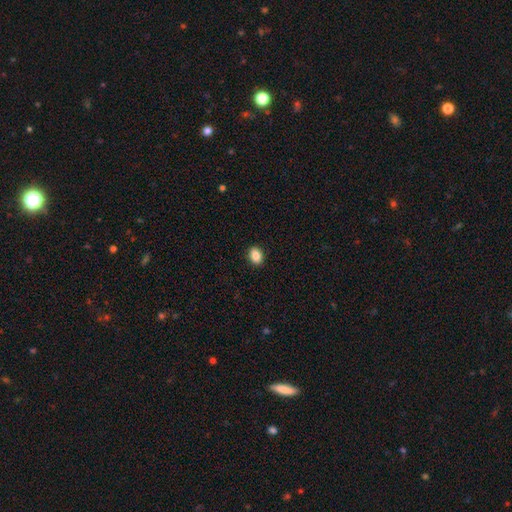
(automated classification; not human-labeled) Overall: smooth (87%). How rounded: in between (72%). Merging: none (91%).